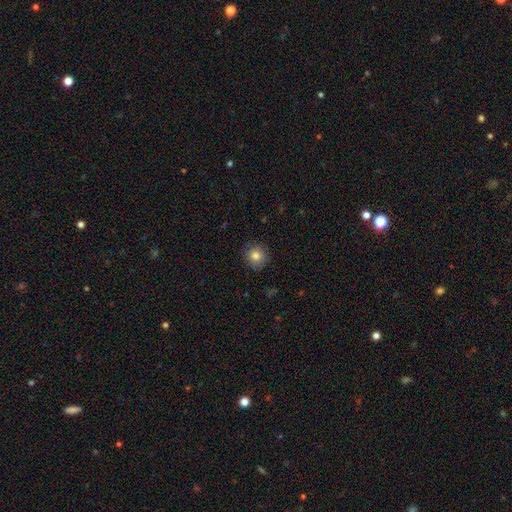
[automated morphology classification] A smooth galaxy with no disk features (82%) that is round (91%).

Vote fractions:
- Smooth or featured? smooth: 82% / star or artifact: 10% / featured or disk: 8%
- How rounded? round: 91% / in between: 8% / cigar-shaped: 1%
- Merging? none: 88% / minor disturbance: 9% / major disturbance: 2% / merger: 1%